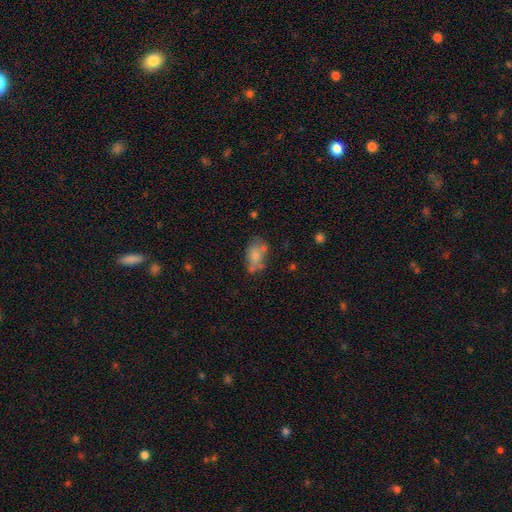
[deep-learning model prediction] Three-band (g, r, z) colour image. It shows a smooth galaxy with no disk features (66%) that is in between round and cigar-shaped (86%). Merging: none (43%).